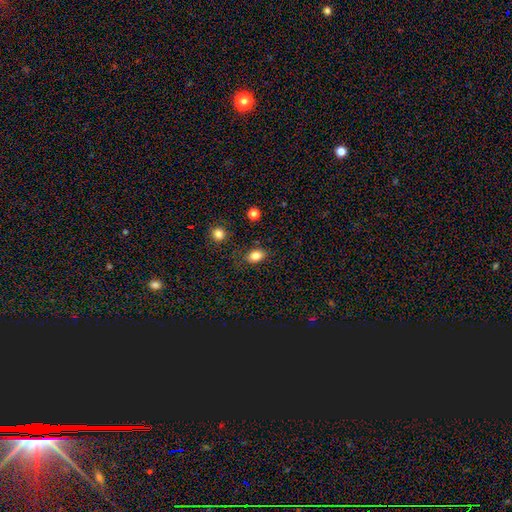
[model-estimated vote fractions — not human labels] smooth 83%, star or artifact 10%, featured or disk 7%. Down the decision tree: how rounded — in between (77%); merging — none (81%).